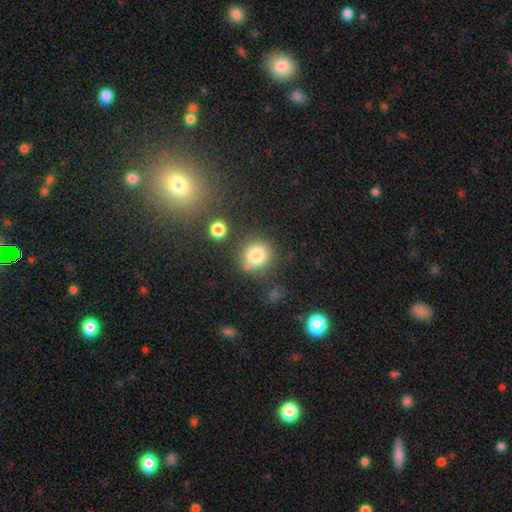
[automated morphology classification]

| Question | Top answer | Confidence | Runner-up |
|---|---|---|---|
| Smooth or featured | smooth | 81% | star or artifact (11%) |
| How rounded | round | 85% | in between (14%) |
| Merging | none | 77% | minor disturbance (11%) |